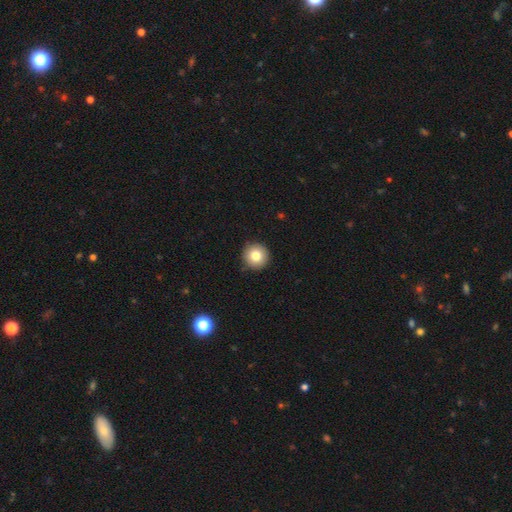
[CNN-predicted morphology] Q: Smooth or featured?
A: smooth (81%); runner-up: featured or disk (10%)
Q: How rounded?
A: round (96%); runner-up: in between (3%)
Q: Merging?
A: none (92%); runner-up: minor disturbance (6%)